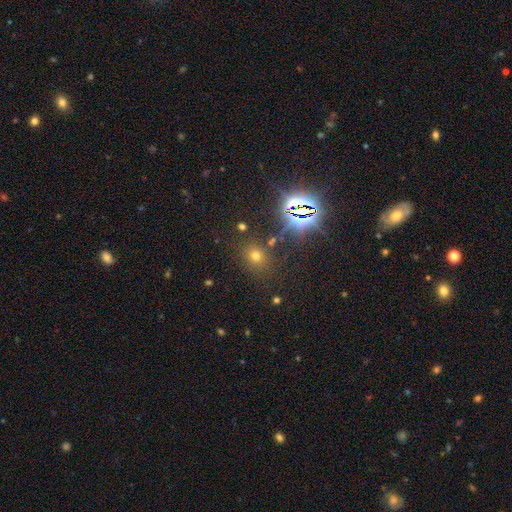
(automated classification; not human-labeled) The model was most divided on "smooth or featured": smooth: 58%, star or artifact: 32%, featured or disk: 9%. More confident: merging — none (79%); how rounded — round (70%).